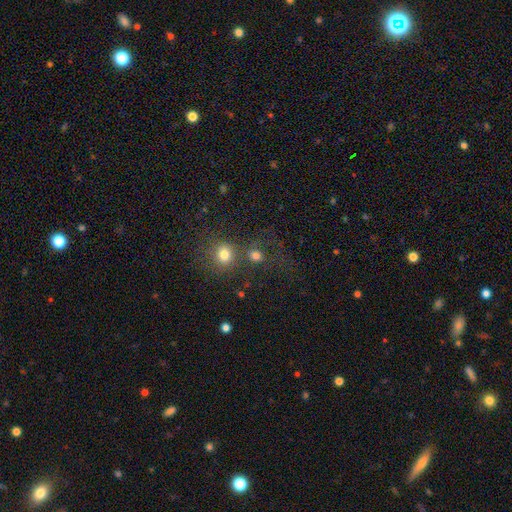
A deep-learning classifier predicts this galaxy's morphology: The model was most divided on "merging": none: 54%, merger: 30%, minor disturbance: 9%, major disturbance: 8%. More confident: how rounded — round (81%); smooth or featured — smooth (75%).